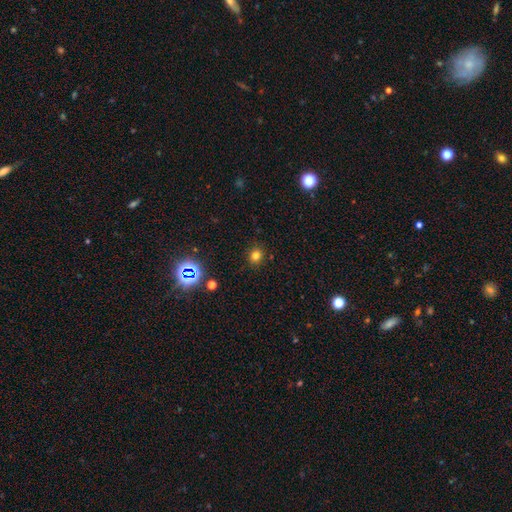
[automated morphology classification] Smooth or featured? smooth (75%)
How rounded? round (78%)
Merging? none (88%)